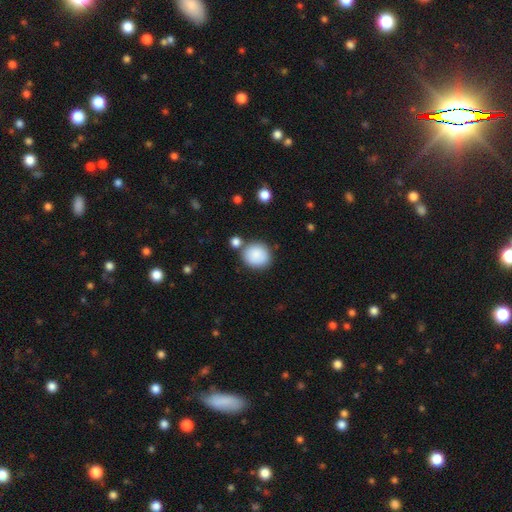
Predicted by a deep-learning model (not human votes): Morphology: type=smooth (87%); roundness=round (81%); merging=none (73%).